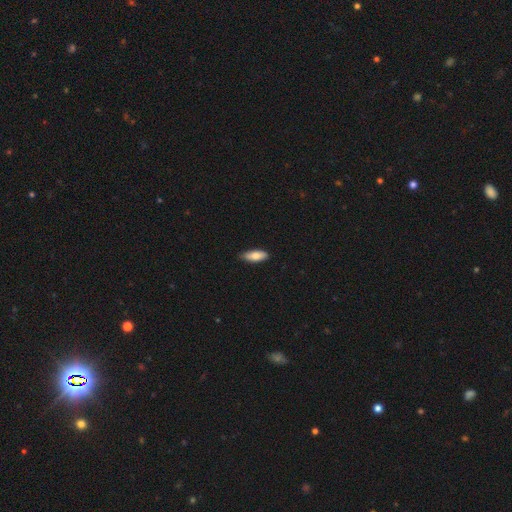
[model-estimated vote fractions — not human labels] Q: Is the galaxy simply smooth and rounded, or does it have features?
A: smooth — 80%.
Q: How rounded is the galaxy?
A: in between — 73%.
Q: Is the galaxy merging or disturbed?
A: none — 84%.